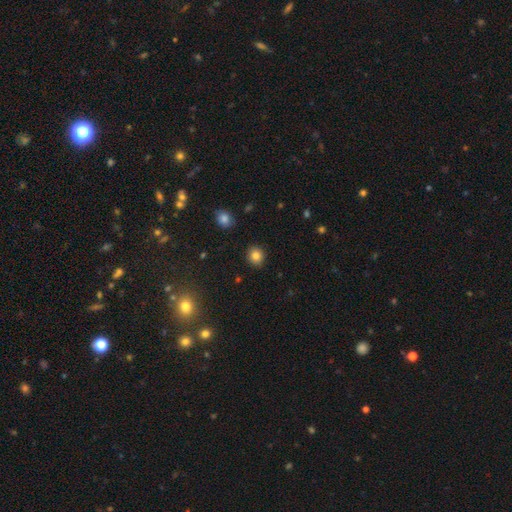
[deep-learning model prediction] This appears to be a smooth galaxy with no disk features (83%) that is round (86%). Merging: none (91%).